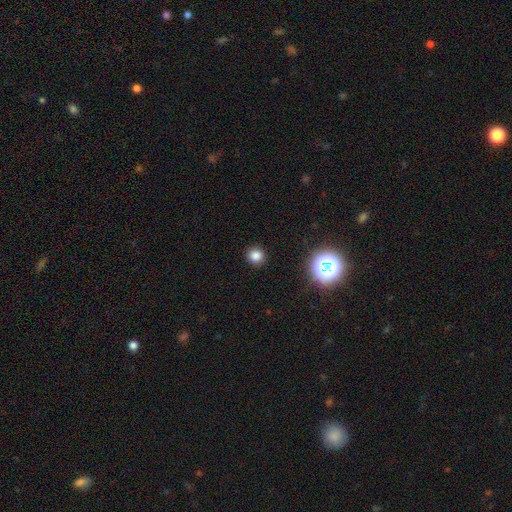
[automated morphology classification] A smooth galaxy with no disk features (80%) that is round (91%).

Vote fractions:
- Smooth or featured? smooth: 80% / star or artifact: 16% / featured or disk: 4%
- How rounded? round: 91% / in between: 8% / cigar-shaped: 1%
- Merging? none: 91% / minor disturbance: 6% / major disturbance: 2% / merger: 1%